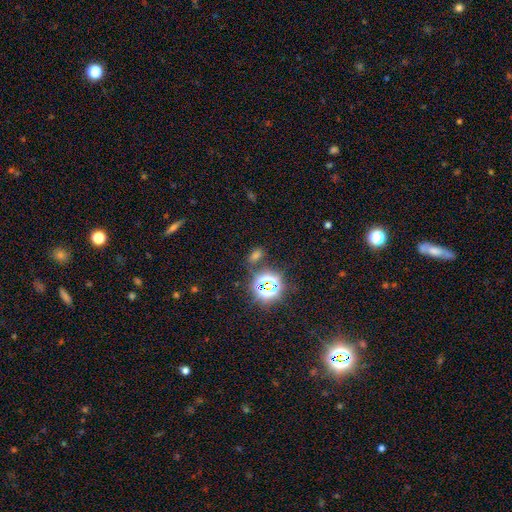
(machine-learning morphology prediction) type=star or artifact (53%).